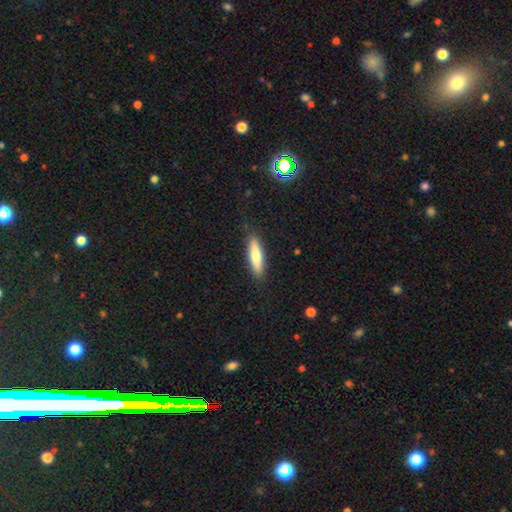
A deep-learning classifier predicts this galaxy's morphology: Smooth or featured? Predicted: smooth (p=0.70). How rounded? Predicted: cigar-shaped (p=0.73). Merging? Predicted: none (p=0.87).